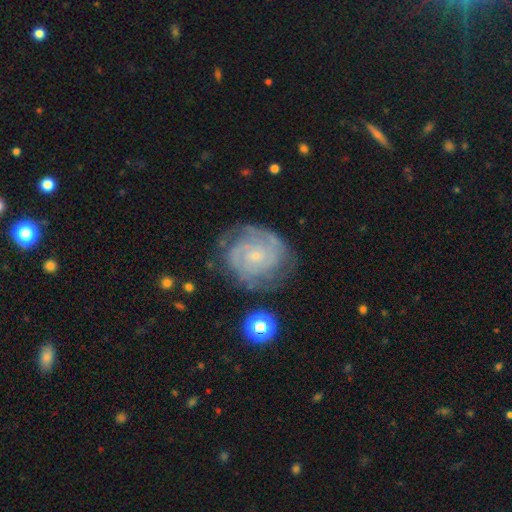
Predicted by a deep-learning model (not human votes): Overall: featured or disk (85%). Edge-on disk: no (98%). Bar: no (67%; weak 27%). Spiral arms: yes (96%). Spiral arm count: 2 (43%; can't tell 23%). Spiral winding: tight (71%). Bulge size: small (76%). Merging: none (74%).